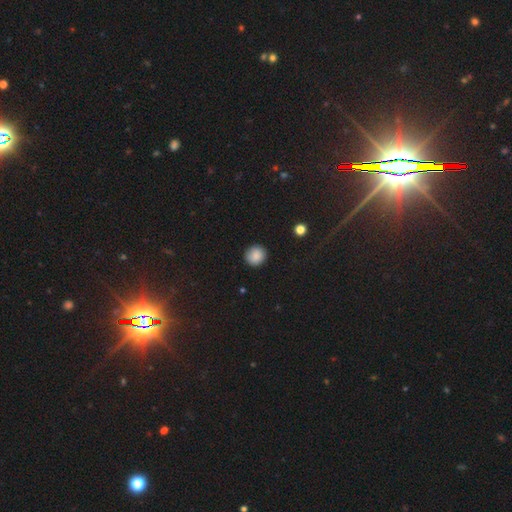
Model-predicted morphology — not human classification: smooth-or-featured: smooth: 86% | star or artifact: 9% | featured or disk: 5%
  how-rounded: round: 91% | in between: 8% | cigar-shaped: 1%
  merging: none: 88% | minor disturbance: 9% | major disturbance: 2% | merger: 1%